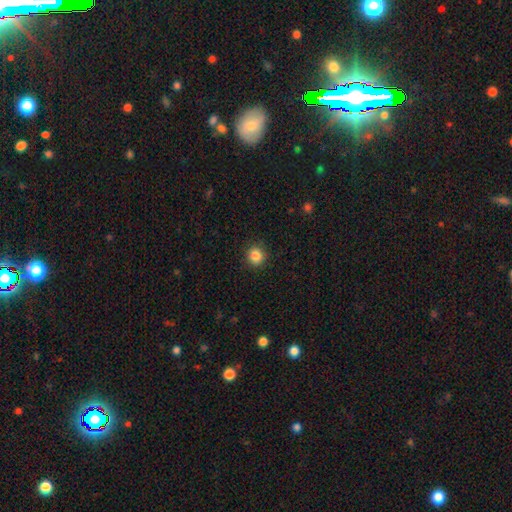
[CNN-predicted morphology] A smooth galaxy with no disk features (86%) that is round (91%).

Vote fractions:
- Smooth or featured? smooth: 86% / star or artifact: 10% / featured or disk: 3%
- How rounded? round: 91% / in between: 8% / cigar-shaped: 1%
- Merging? none: 89% / minor disturbance: 7% / major disturbance: 2% / merger: 1%